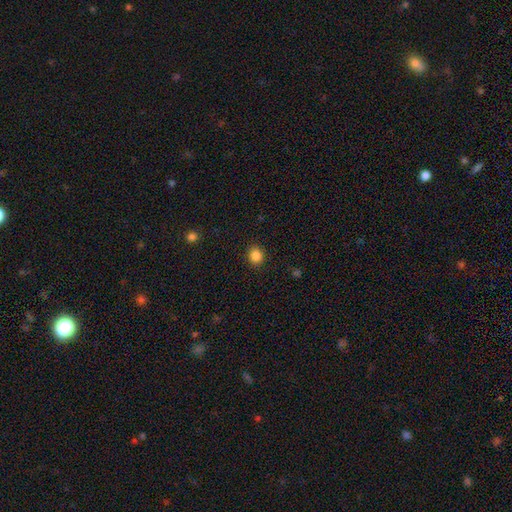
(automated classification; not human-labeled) Overall: smooth (86%). How rounded: round (76%). Merging: none (90%).